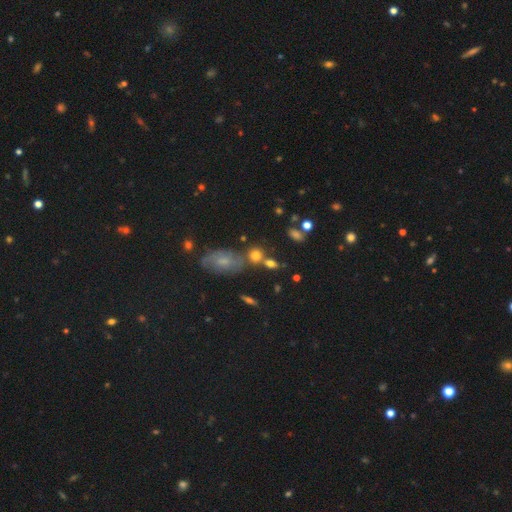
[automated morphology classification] The model was most divided on "merging": none: 54%, merger: 26%, minor disturbance: 14%, major disturbance: 5%. More confident: smooth or featured — smooth (72%); how rounded — round (67%).